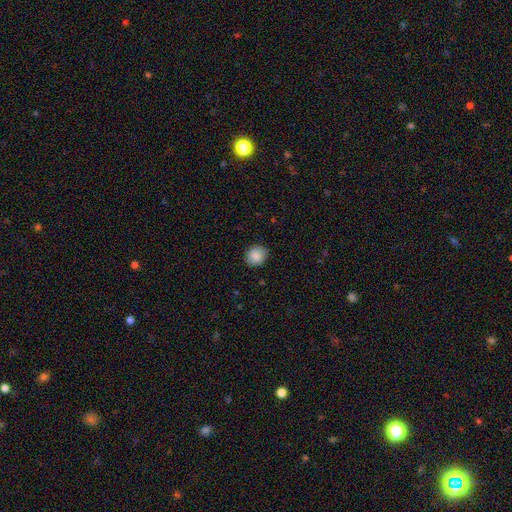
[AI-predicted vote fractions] Morphology: type=smooth (87%); roundness=round (79%); merging=none (88%).